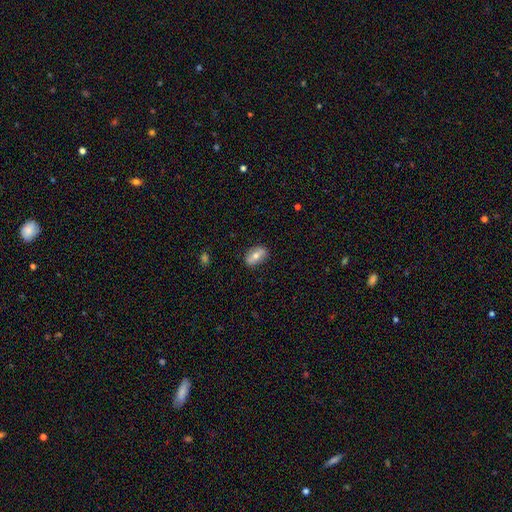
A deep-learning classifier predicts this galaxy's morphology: A smooth galaxy with no disk features (58%) that is in between round and cigar-shaped (85%).

Vote fractions:
- Smooth or featured? smooth: 58% / featured or disk: 34% / star or artifact: 8%
- How rounded? in between: 85% / round: 11% / cigar-shaped: 4%
- Merging? none: 84% / minor disturbance: 12% / major disturbance: 3% / merger: 1%